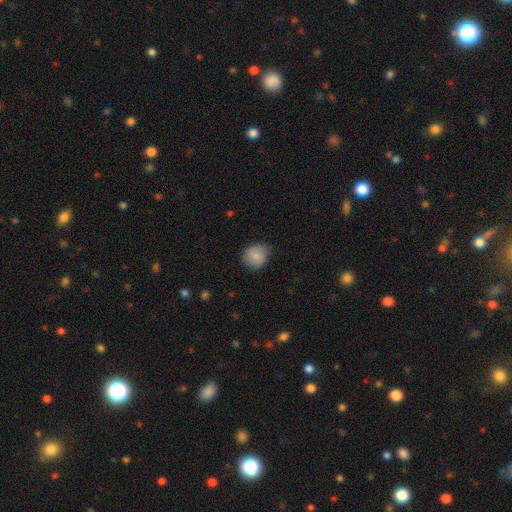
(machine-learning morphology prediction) smooth 86%, star or artifact 8%, featured or disk 6%. Down the decision tree: how rounded — round (82%); merging — none (77%).